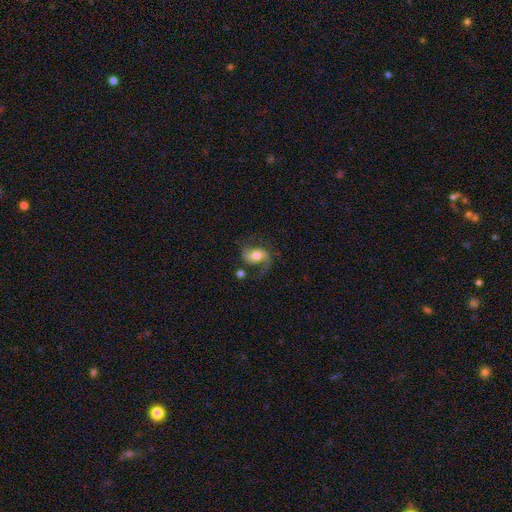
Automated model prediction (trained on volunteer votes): Q: Smooth or featured?
A: featured or disk (71%); runner-up: smooth (22%)
Q: Edge-on disk?
A: no (97%); runner-up: yes (3%)
Q: Bar?
A: no (47%); runner-up: weak (37%)
Q: Spiral arms?
A: yes (92%); runner-up: no (8%)
Q: Spiral winding?
A: loose (53%); runner-up: medium (38%)
Q: Spiral arm count?
A: 2 (81%); runner-up: 1 (13%)
Q: Bulge size?
A: moderate (63%); runner-up: large (21%)
Q: Merging?
A: none (59%); runner-up: minor disturbance (18%)